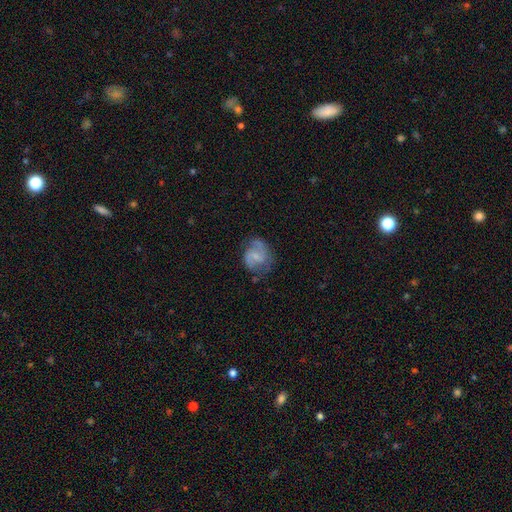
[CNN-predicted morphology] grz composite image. It shows a featured or disk galaxy (70%) with a weak bar (53%), 2 (82%) medium (51%) spiral arms (90%) and a small central bulge (54%). Merging: none (62%).